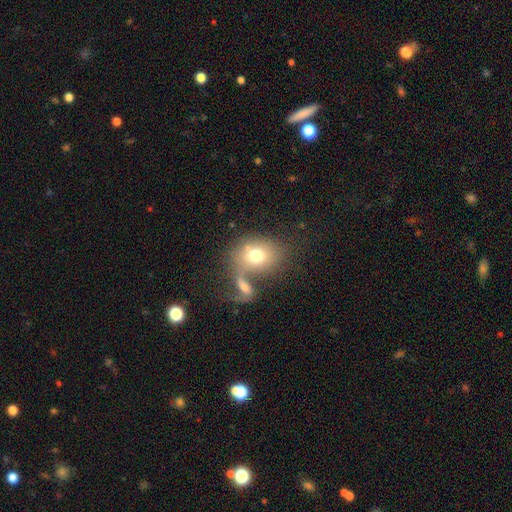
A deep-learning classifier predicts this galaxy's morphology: smooth_or_featured: smooth (p=0.70) [alt: featured or disk p=0.21]
how_rounded: in between (p=0.50) [alt: round p=0.49]
merging: merger (p=0.43) [alt: none p=0.33]